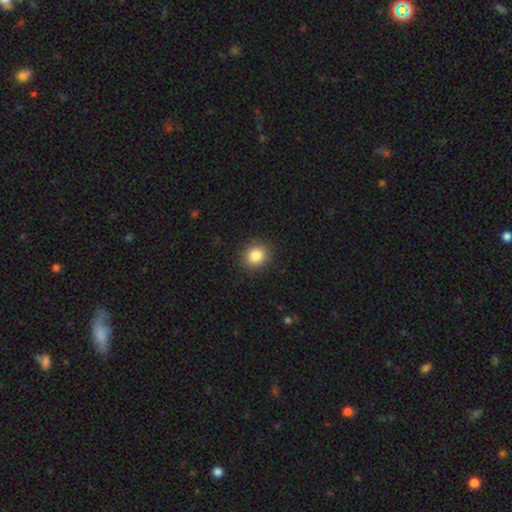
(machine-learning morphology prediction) A smooth galaxy with no disk features (85%) that is round (81%). Merging: none (90%).